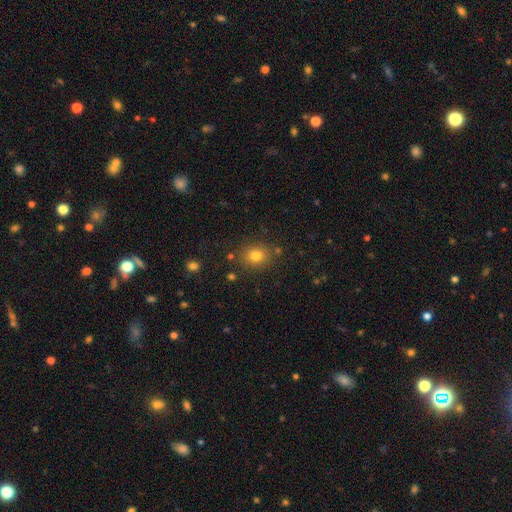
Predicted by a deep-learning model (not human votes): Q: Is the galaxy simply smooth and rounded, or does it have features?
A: smooth — 80%.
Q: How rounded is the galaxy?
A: round — 65%.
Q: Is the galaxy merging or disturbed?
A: none — 83%.